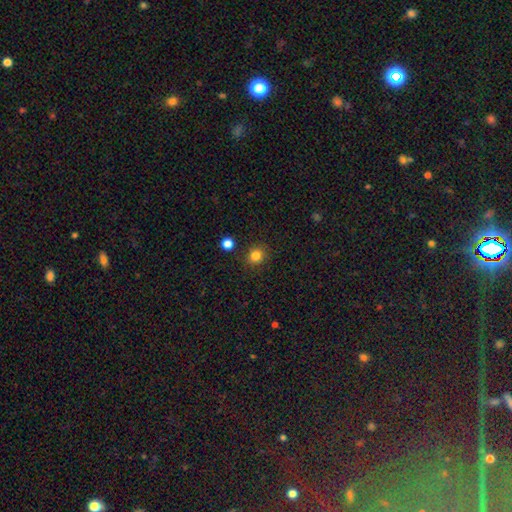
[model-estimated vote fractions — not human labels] smooth_or_featured: smooth (p=0.83) [alt: star or artifact p=0.13]
how_rounded: round (p=0.84) [alt: in between p=0.15]
merging: none (p=0.89) [alt: minor disturbance p=0.07]